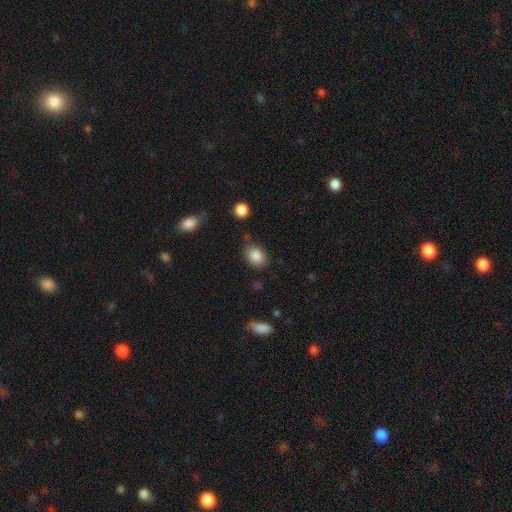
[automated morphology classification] Q: Smooth or featured?
A: smooth (85%); runner-up: star or artifact (9%)
Q: How rounded?
A: in between (64%); runner-up: round (35%)
Q: Merging?
A: none (78%); runner-up: minor disturbance (15%)